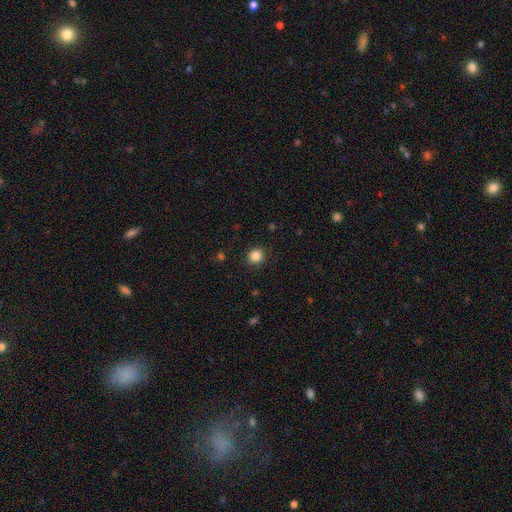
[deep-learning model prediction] Smooth or featured? Predicted: smooth (p=0.85). How rounded? Predicted: round (p=0.91). Merging? Predicted: none (p=0.90).